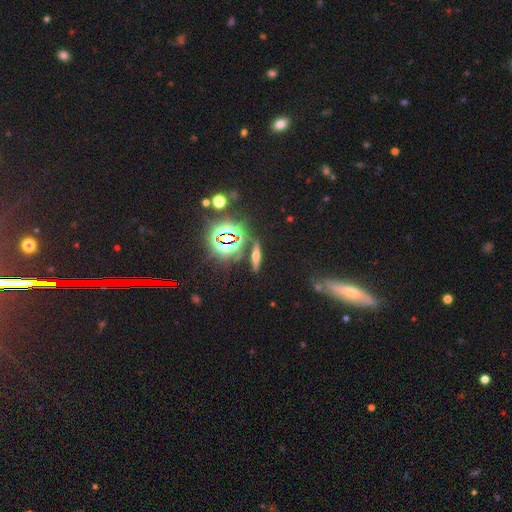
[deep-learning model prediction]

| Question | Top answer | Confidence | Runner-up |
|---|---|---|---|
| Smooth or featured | smooth | 36% | star or artifact (34%) |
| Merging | none | 82% | minor disturbance (9%) |